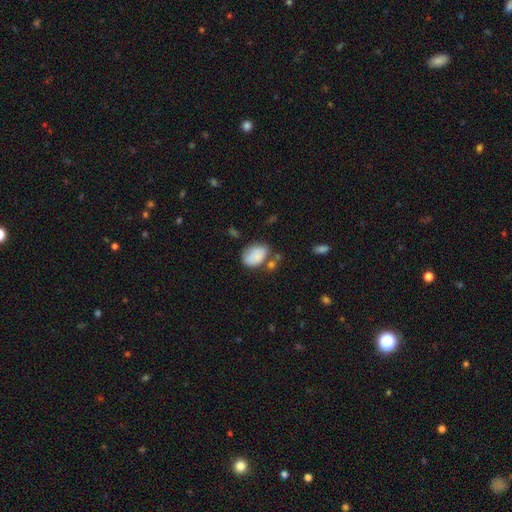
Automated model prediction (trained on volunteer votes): A smooth galaxy with no disk features (82%) that is in between round and cigar-shaped (81%).

Vote fractions:
- Smooth or featured? smooth: 82% / featured or disk: 11% / star or artifact: 8%
- How rounded? in between: 81% / round: 18% / cigar-shaped: 1%
- Merging? none: 55% / minor disturbance: 24% / merger: 12% / major disturbance: 9%